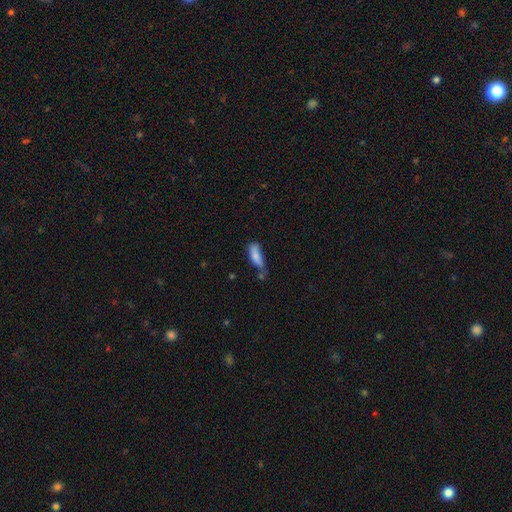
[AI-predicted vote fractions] This is likely a smooth galaxy (80%). How rounded: possibly in between (56%). Merging: marginally none (40%).